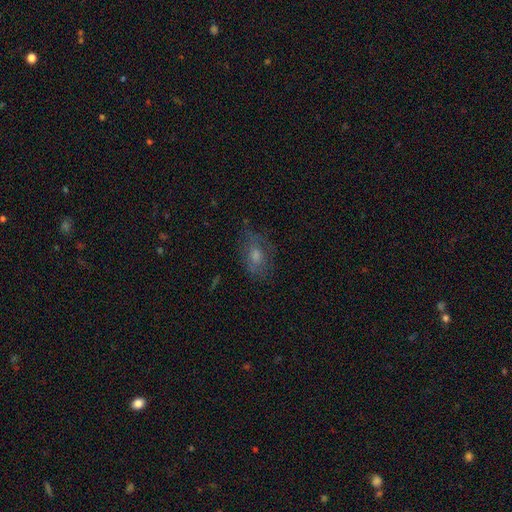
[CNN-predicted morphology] Smooth or featured? smooth (54%)
How rounded? in between (77%)
Merging? none (59%)